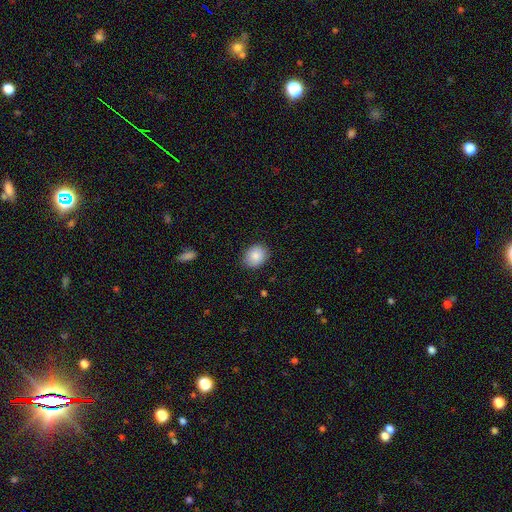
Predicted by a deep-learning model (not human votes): Overall: smooth (86%). How rounded: round (54%; in between 45%). Merging: none (86%).